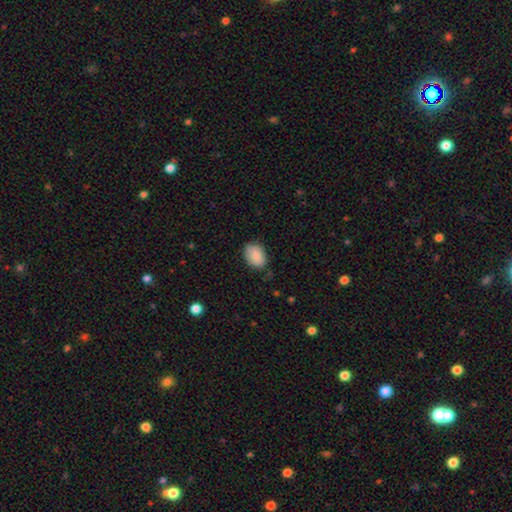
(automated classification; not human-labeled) Q: Smooth or featured?
A: smooth (77%); runner-up: featured or disk (16%)
Q: How rounded?
A: in between (71%); runner-up: round (28%)
Q: Merging?
A: none (73%); runner-up: minor disturbance (23%)